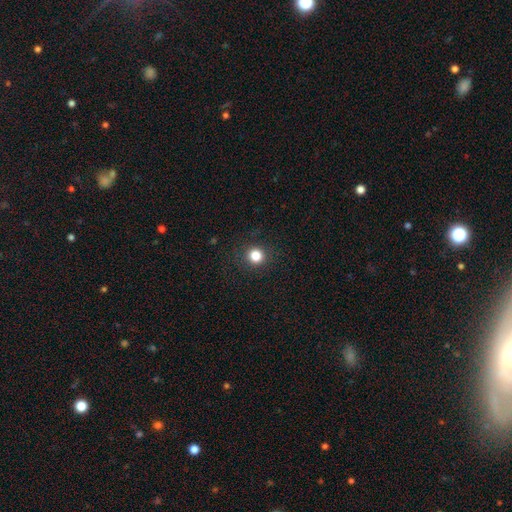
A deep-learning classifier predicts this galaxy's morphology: This appears to be a smooth galaxy with no disk features (82%) that is round (94%). Merging: none (92%).